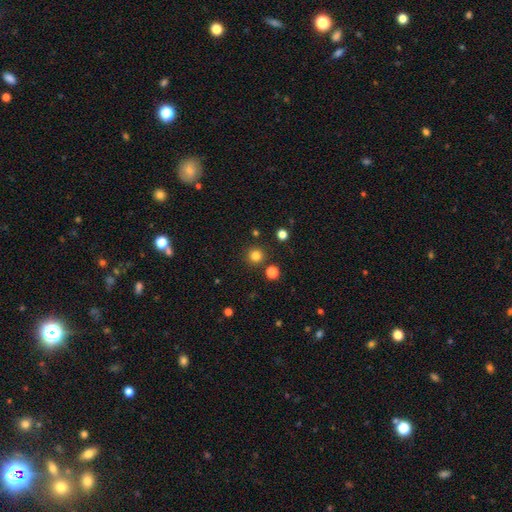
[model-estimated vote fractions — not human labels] This appears to be a smooth galaxy with no disk features (81%) that is round (95%). Merging: none (88%).